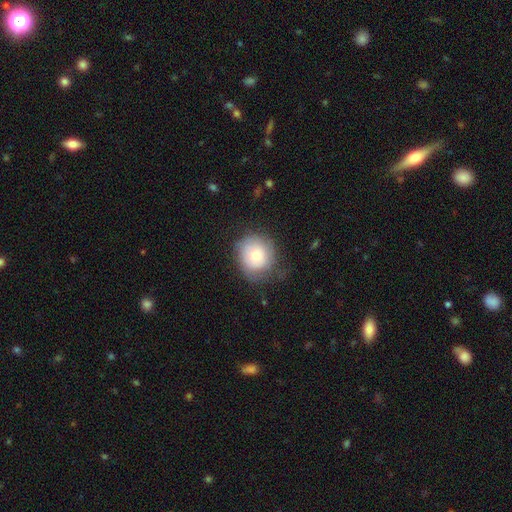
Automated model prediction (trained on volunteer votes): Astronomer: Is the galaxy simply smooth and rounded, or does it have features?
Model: smooth — 66%.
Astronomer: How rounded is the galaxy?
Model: round — 88%.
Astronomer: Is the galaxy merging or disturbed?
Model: none — 63%.